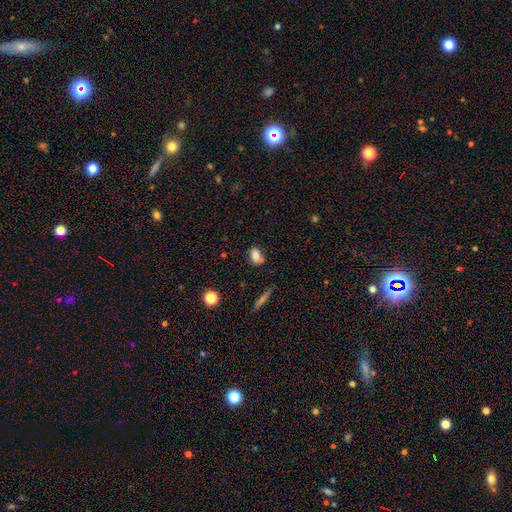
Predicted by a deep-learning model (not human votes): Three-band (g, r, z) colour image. It shows a smooth galaxy with no disk features (77%) that is in between round and cigar-shaped (73%). Merging: none (60%).